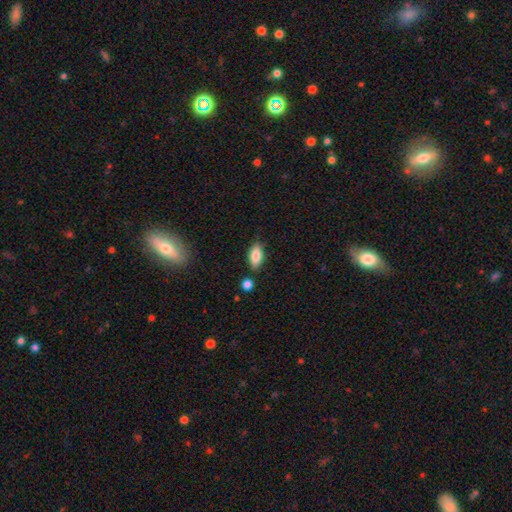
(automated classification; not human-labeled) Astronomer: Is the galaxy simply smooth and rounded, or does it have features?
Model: smooth — 82%.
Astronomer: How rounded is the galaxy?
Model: in between — 85%.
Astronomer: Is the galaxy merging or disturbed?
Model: none — 80%.